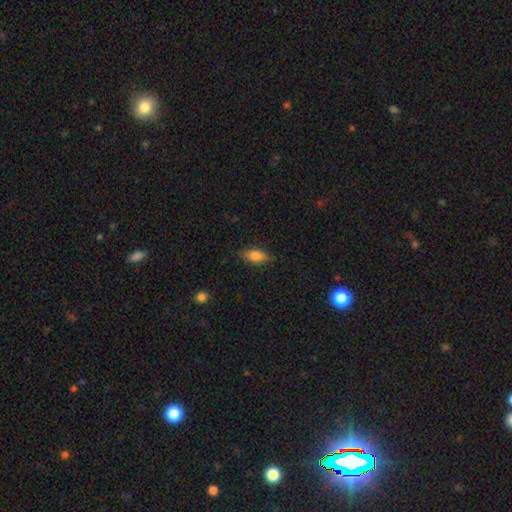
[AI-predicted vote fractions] A smooth galaxy with no disk features (79%) that is in between round and cigar-shaped (84%). Merging: none (80%).